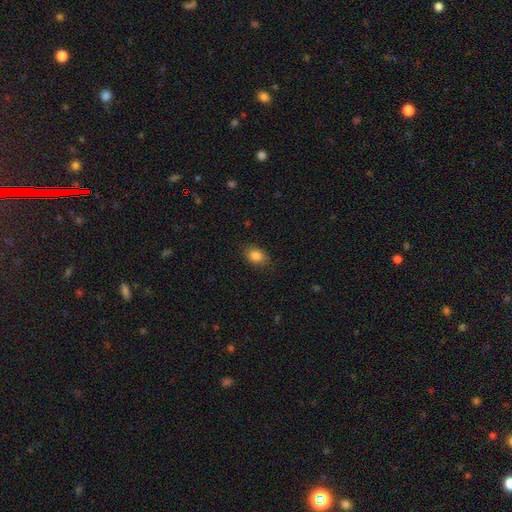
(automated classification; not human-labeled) This is clearly a smooth galaxy (85%). How rounded: likely in between (71%). Merging: clearly none (83%).